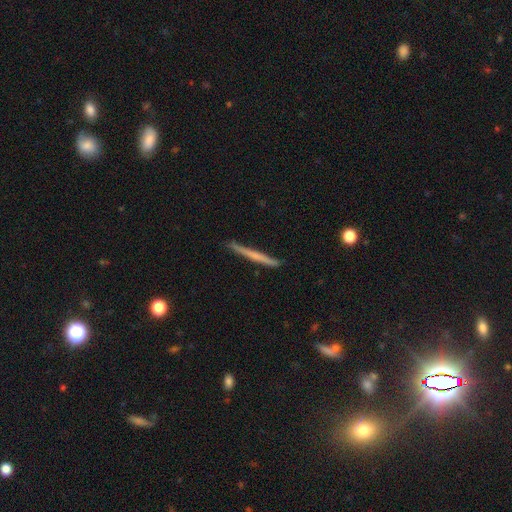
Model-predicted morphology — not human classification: A featured or disk galaxy (51%) viewed edge-on (97%).

Vote fractions:
- Smooth or featured? featured or disk: 51% / smooth: 43% / star or artifact: 6%
- Edge-on disk? yes: 97% / no: 3%
- Merging? none: 87% / minor disturbance: 10% / major disturbance: 2% / merger: 1%